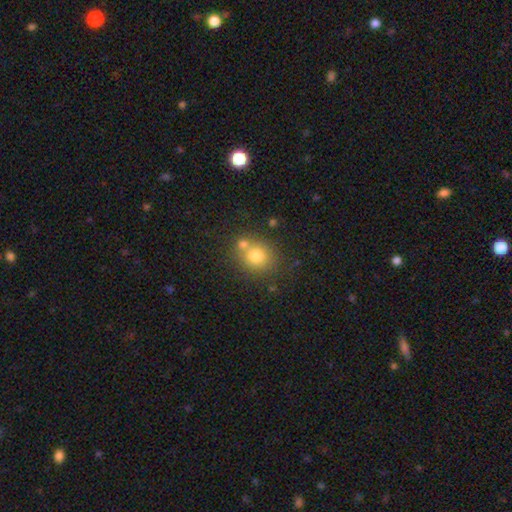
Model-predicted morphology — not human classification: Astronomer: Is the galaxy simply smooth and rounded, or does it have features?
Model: smooth — 76%.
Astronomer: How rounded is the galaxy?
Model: round — 77%.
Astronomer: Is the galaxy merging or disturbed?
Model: none — 58%.